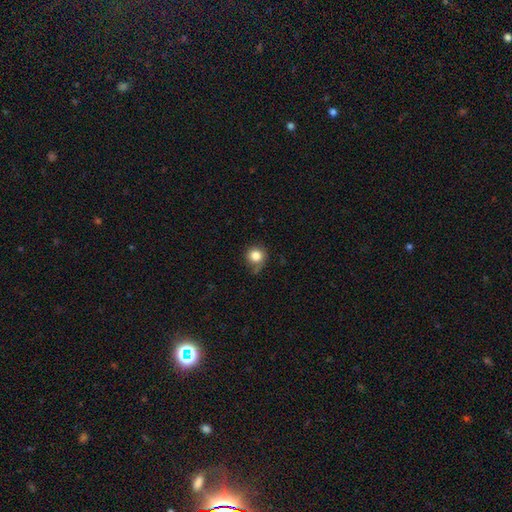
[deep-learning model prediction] Smooth or featured? smooth (83%)
How rounded? round (88%)
Merging? none (66%)